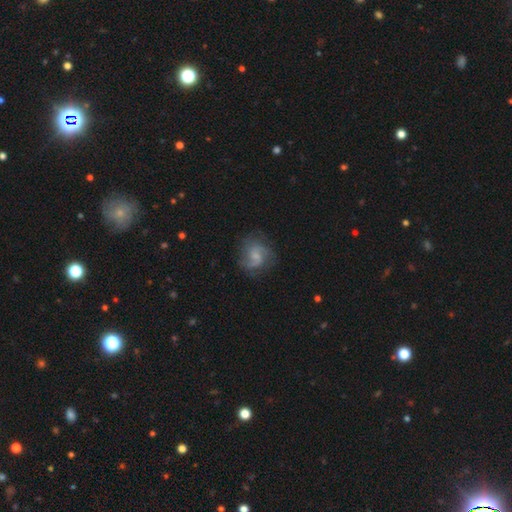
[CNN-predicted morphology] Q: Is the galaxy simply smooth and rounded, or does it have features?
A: featured or disk — 71%.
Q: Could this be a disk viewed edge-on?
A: no — 98%.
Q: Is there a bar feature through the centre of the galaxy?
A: weak — 48%.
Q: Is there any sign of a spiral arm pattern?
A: yes — 92%.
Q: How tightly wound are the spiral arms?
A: medium — 48%.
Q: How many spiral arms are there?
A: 2 — 68%.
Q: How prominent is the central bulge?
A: small — 51%.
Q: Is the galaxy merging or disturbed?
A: none — 70%.